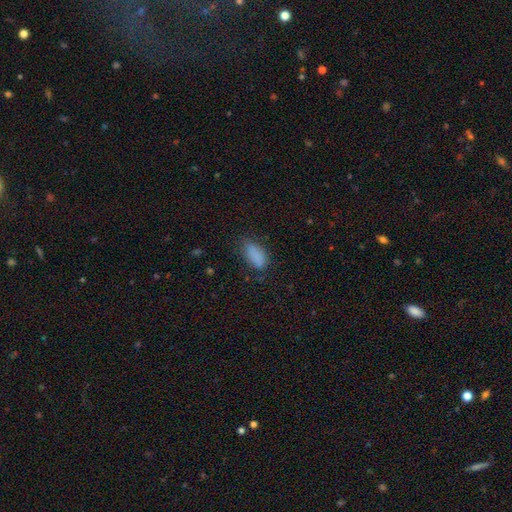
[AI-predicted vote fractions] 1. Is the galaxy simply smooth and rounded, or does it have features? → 83% smooth, 10% star or artifact, 7% featured or disk.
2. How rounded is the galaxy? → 90% in between, 7% cigar-shaped, 4% round.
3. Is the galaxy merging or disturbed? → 63% none, 26% minor disturbance, 9% major disturbance, 2% merger.